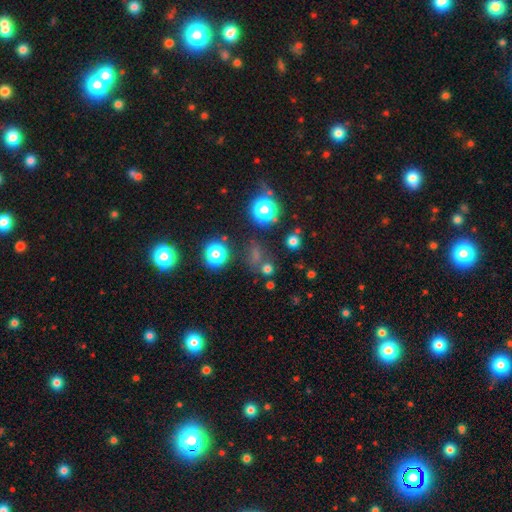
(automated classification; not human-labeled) A smooth galaxy with no disk features (46%). Merging: none (70%).